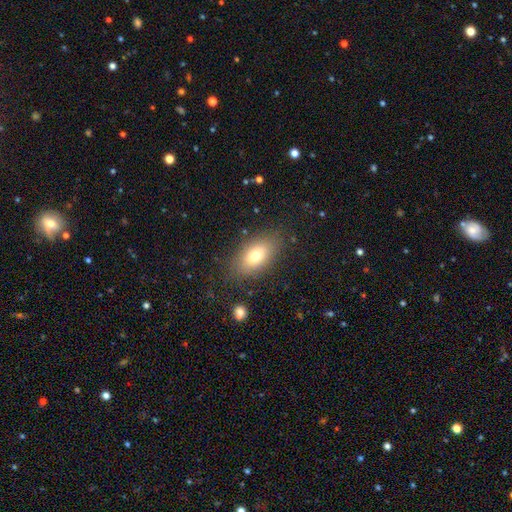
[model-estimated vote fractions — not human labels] Smooth or featured: smooth — 74% (featured or disk — 16%)
How rounded: in between — 87% (round — 8%)
Merging: none — 82% (minor disturbance — 12%)